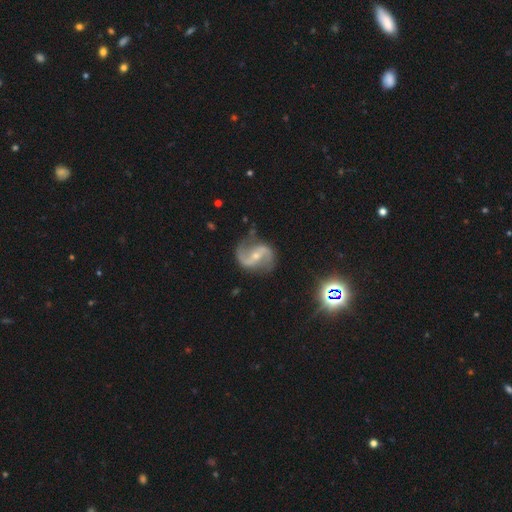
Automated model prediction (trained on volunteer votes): Smooth or featured: featured or disk — 90% (star or artifact — 6%)
Edge-on disk: no — 98% (yes — 2%)
Bar: strong — 39% (weak — 38%)
Spiral arms: yes — 97% (no — 3%)
Spiral winding: loose — 49% (medium — 41%)
Spiral arm count: 2 — 93% (can't tell — 2%)
Bulge size: small — 61% (moderate — 36%)
Merging: none — 76% (minor disturbance — 16%)